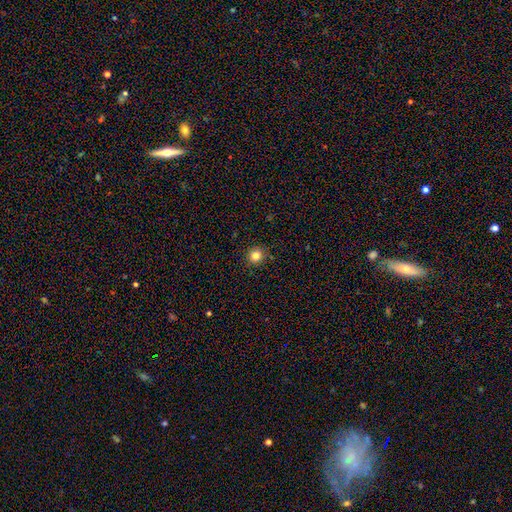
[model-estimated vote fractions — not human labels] Morphology: type=smooth (82%); roundness=round (92%); merging=none (90%).